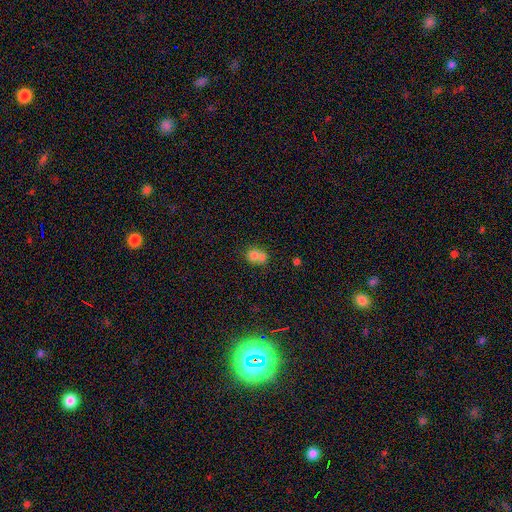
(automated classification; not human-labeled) This appears to be a smooth galaxy with no disk features (72%) that is round (69%). Merging: merger (56%).